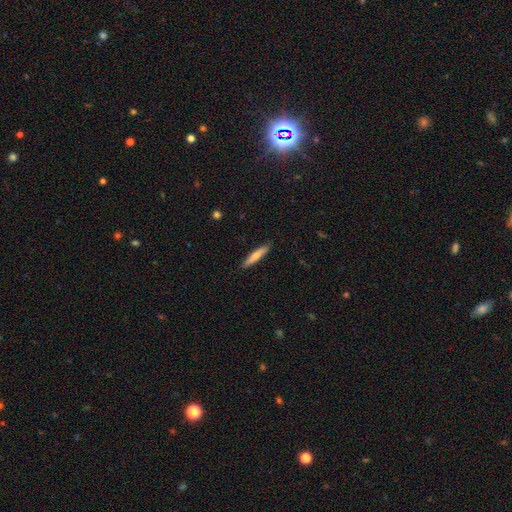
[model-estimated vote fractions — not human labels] Smooth or featured? smooth (66%)
How rounded? cigar-shaped (90%)
Merging? none (89%)